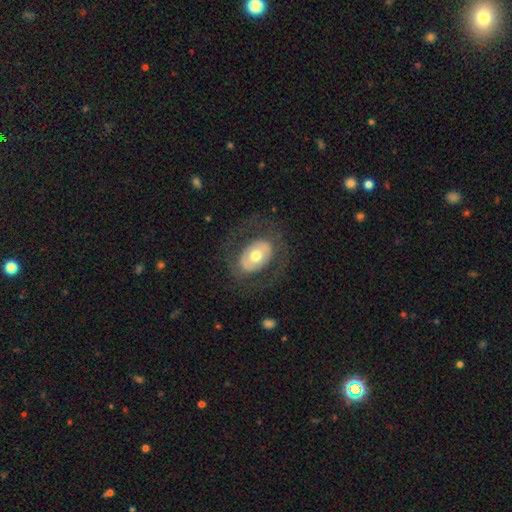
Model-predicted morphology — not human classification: Smooth or featured? Predicted: featured or disk (p=0.50). Edge-on disk? Predicted: no (p=0.93). Merging? Predicted: none (p=0.74).